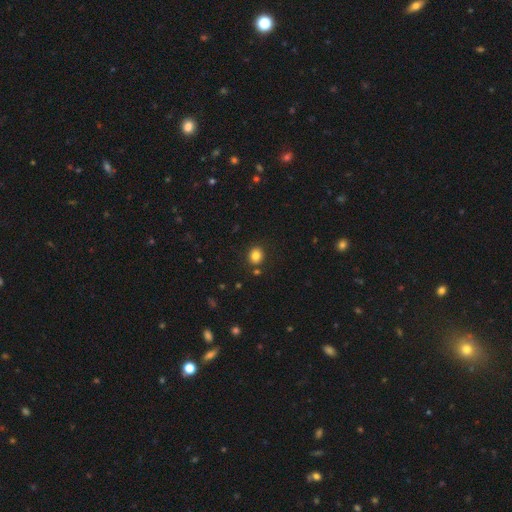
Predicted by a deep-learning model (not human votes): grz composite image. It shows a smooth galaxy with no disk features (83%) that is round (71%). Merging: none (84%).